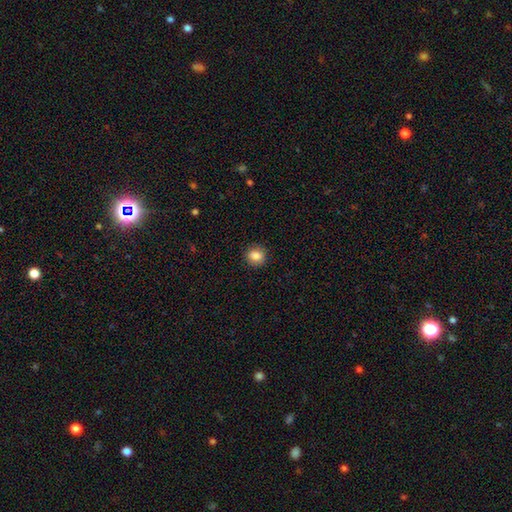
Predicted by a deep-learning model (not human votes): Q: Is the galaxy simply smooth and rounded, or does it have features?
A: smooth — 85%.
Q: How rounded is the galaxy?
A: round — 74%.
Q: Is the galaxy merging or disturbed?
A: none — 88%.